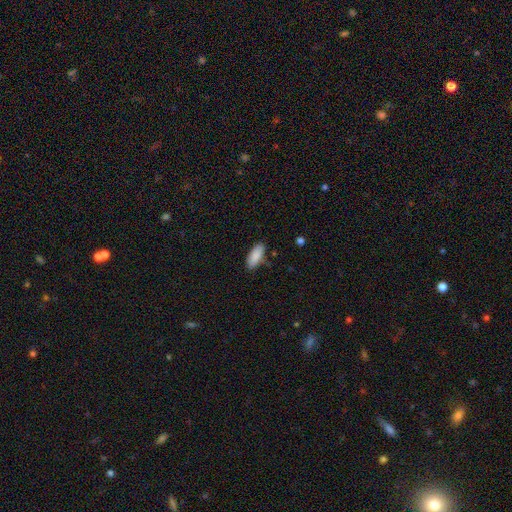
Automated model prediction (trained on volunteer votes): Smooth or featured: smooth — 89% (star or artifact — 6%)
How rounded: in between — 81% (cigar-shaped — 18%)
Merging: none — 81% (minor disturbance — 14%)